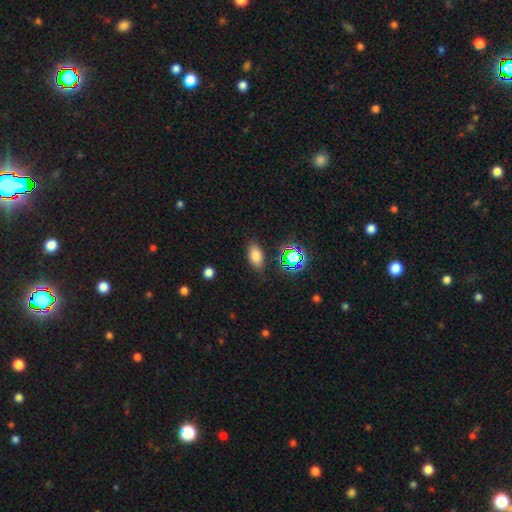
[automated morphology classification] This is likely a smooth galaxy (76%). How rounded: clearly in between (88%). Merging: clearly none (81%).